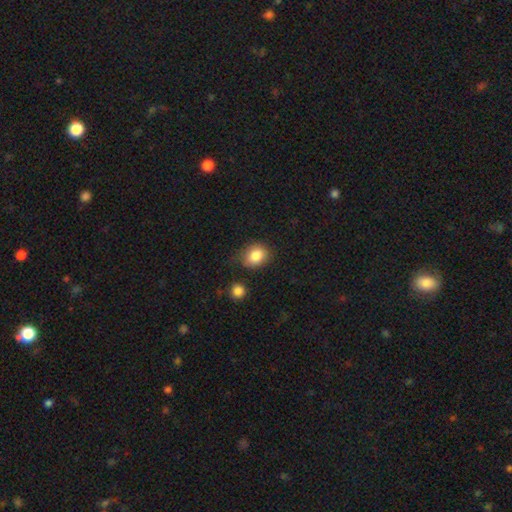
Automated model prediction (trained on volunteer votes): smooth_or_featured: smooth (p=0.83) [alt: star or artifact p=0.09]
how_rounded: in between (p=0.56) [alt: round p=0.43]
merging: none (p=0.70) [alt: minor disturbance p=0.21]